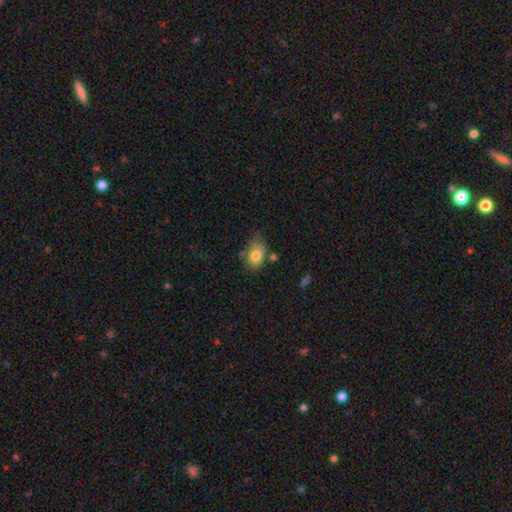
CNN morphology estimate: Smooth or featured? Predicted: smooth (p=0.77). How rounded? Predicted: in between (p=0.85). Merging? Predicted: none (p=0.46).